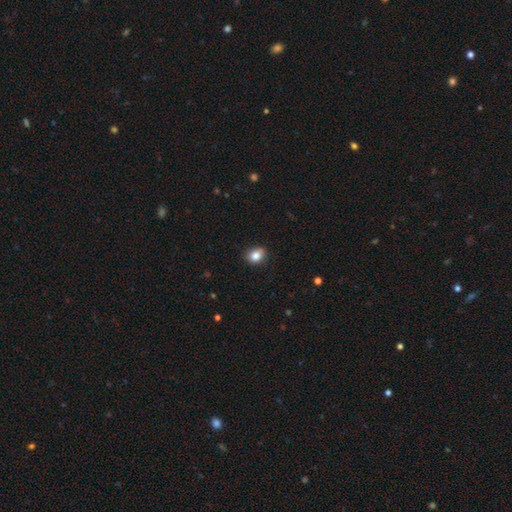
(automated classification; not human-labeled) Smooth or featured: smooth — 84% (star or artifact — 10%)
How rounded: in between — 55% (round — 44%)
Merging: none — 85% (minor disturbance — 12%)